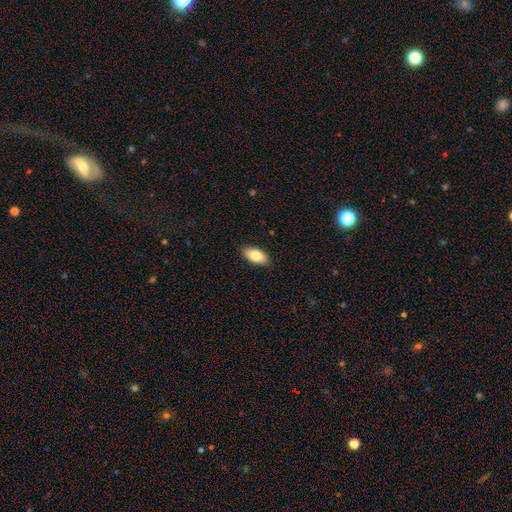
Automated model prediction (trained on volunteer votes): Smooth or featured?
  - smooth: 81% *
  - featured or disk: 12%
  - star or artifact: 7%
How rounded?
  - in between: 92% *
  - cigar-shaped: 6%
  - round: 3%
Merging?
  - none: 88% *
  - minor disturbance: 9%
  - major disturbance: 2%
  - merger: 1%